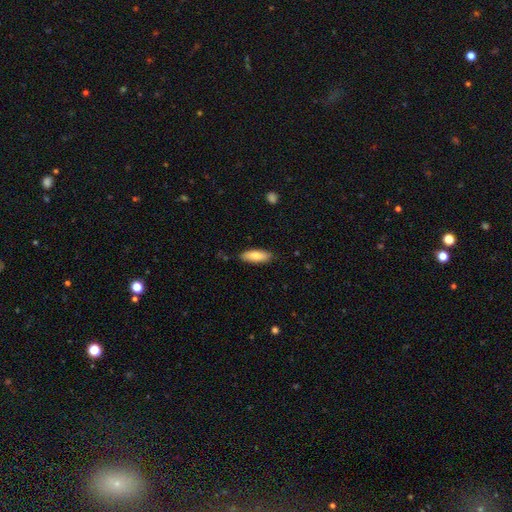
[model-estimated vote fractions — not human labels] smooth_or_featured: smooth (p=0.81) [alt: featured or disk p=0.13]
how_rounded: in between (p=0.66) [alt: cigar-shaped p=0.32]
merging: none (p=0.85) [alt: minor disturbance p=0.11]